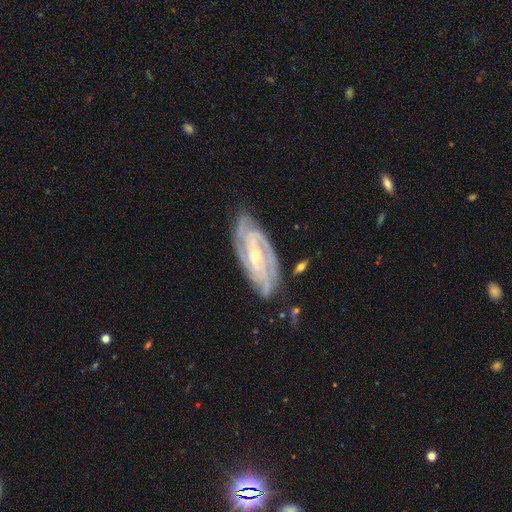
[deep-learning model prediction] A featured or disk galaxy (90%) with a weak bar (38%), 3 (35%) tight (66%) spiral arms (98%) and a small central bulge (64%).

Vote fractions:
- Smooth or featured? featured or disk: 90% / smooth: 5% / star or artifact: 5%
- Edge-on disk? no: 93% / yes: 7%
- Bar? weak: 38% / no: 36% / strong: 27%
- Spiral arms? yes: 98% / no: 2%
- Spiral winding? tight: 66% / medium: 29% / loose: 5%
- Spiral arm count? 3: 35% / 4: 22% / 2: 20% / can't tell: 13% / more than 4: 5% / 1: 4%
- Bulge size? small: 64% / moderate: 33% / large: 1% / none: 1% / dominant: 1%
- Merging? none: 78% / minor disturbance: 16% / major disturbance: 4% / merger: 2%